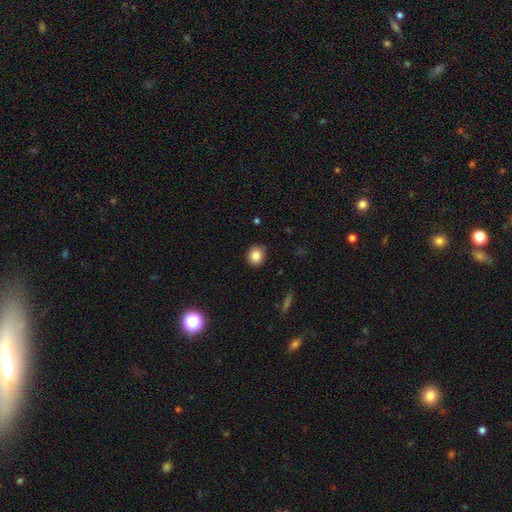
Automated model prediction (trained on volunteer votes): A smooth galaxy with no disk features (84%) that is round (81%).

Vote fractions:
- Smooth or featured? smooth: 84% / star or artifact: 10% / featured or disk: 6%
- How rounded? round: 81% / in between: 18% / cigar-shaped: 1%
- Merging? none: 88% / minor disturbance: 9% / major disturbance: 2% / merger: 1%